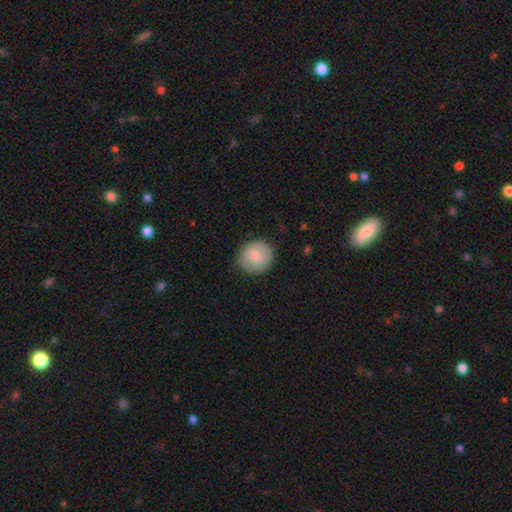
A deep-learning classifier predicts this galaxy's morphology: A smooth galaxy with no disk features (83%) that is round (83%).

Vote fractions:
- Smooth or featured? smooth: 83% / featured or disk: 11% / star or artifact: 6%
- How rounded? round: 83% / in between: 16% / cigar-shaped: 1%
- Merging? none: 83% / minor disturbance: 13% / major disturbance: 3% / merger: 1%